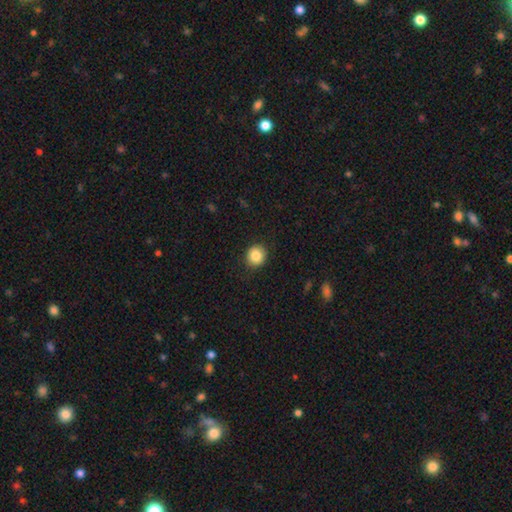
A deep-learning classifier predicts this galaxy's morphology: Smooth or featured?
  - smooth: 86% *
  - star or artifact: 9%
  - featured or disk: 5%
How rounded?
  - round: 87% *
  - in between: 12%
  - cigar-shaped: 1%
Merging?
  - none: 89% *
  - minor disturbance: 7%
  - major disturbance: 2%
  - merger: 1%